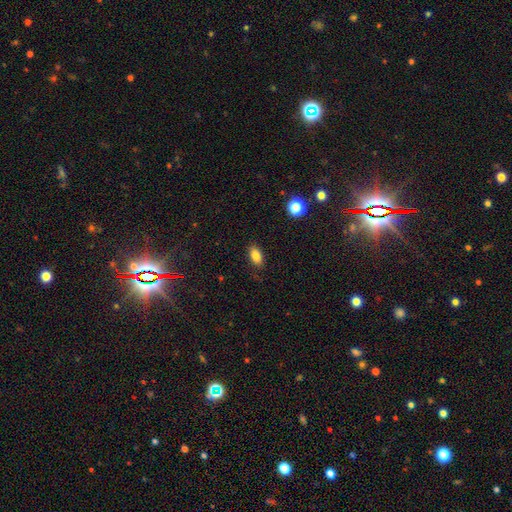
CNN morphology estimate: Smooth or featured? smooth (85%)
How rounded? in between (90%)
Merging? none (87%)